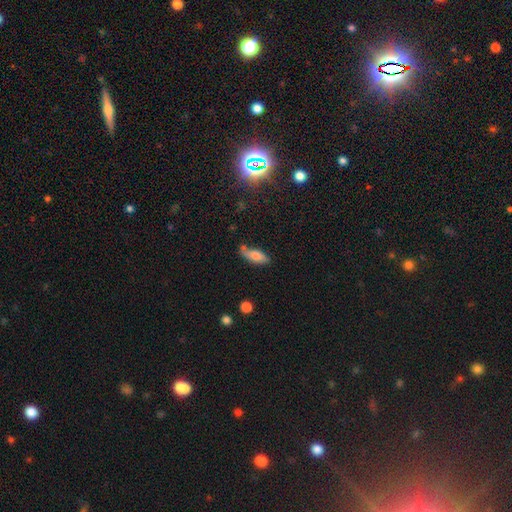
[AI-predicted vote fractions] Smooth or featured? Predicted: smooth (p=0.72). How rounded? Predicted: in between (p=0.71). Merging? Predicted: none (p=0.58).